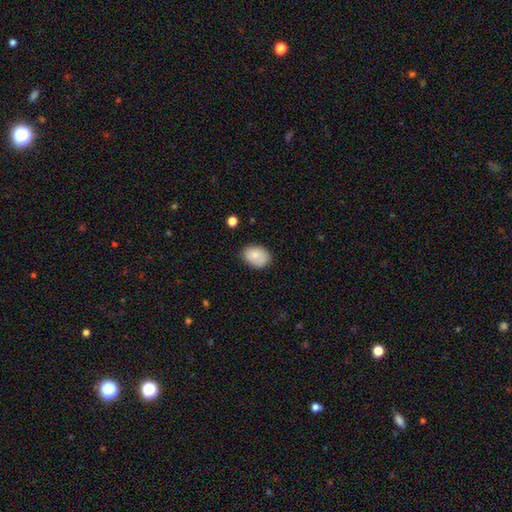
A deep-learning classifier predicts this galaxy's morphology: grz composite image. It shows a smooth galaxy with no disk features (83%) that is in between round and cigar-shaped (73%). Merging: none (74%).